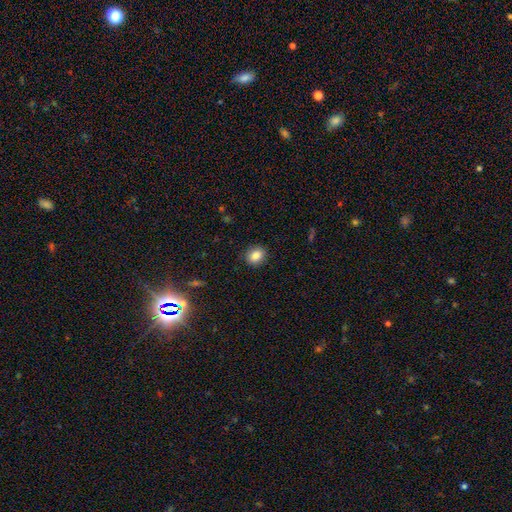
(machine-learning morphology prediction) Smooth or featured?
  - smooth: 84% *
  - star or artifact: 10%
  - featured or disk: 7%
How rounded?
  - round: 71% *
  - in between: 28%
  - cigar-shaped: 1%
Merging?
  - none: 90% *
  - minor disturbance: 7%
  - major disturbance: 2%
  - merger: 1%